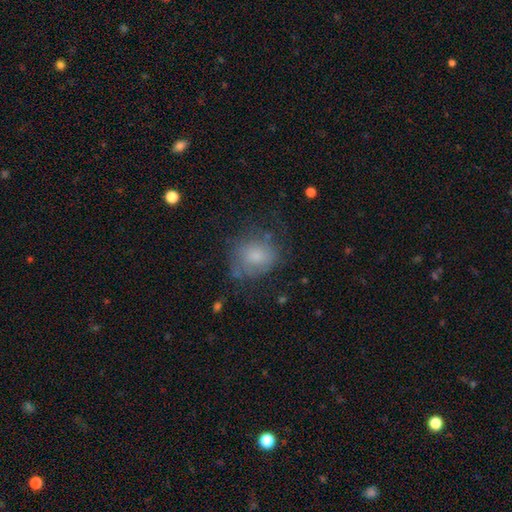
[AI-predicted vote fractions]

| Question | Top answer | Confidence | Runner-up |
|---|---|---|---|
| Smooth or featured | smooth | 63% | featured or disk (26%) |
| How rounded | round | 66% | in between (33%) |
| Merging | none | 55% | minor disturbance (25%) |